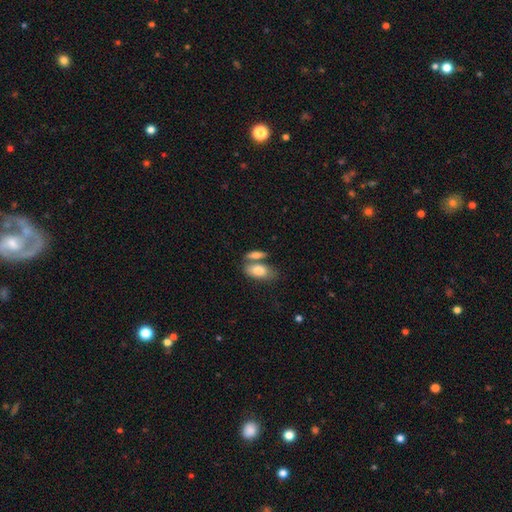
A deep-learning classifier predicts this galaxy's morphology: This appears to be a smooth galaxy with no disk features (78%) that is in between round and cigar-shaped (78%). Merging: none (44%).